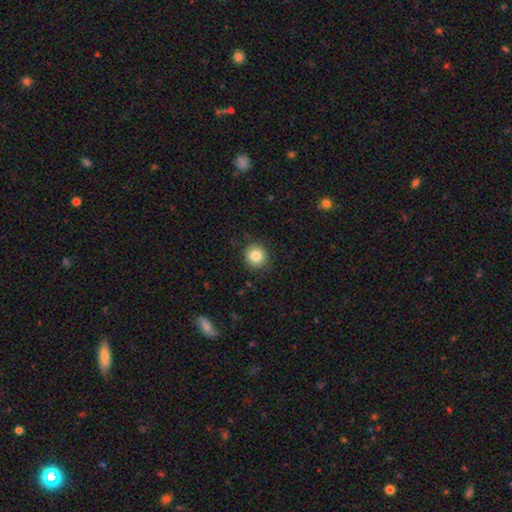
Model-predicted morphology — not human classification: Q: Smooth or featured?
A: smooth (83%); runner-up: star or artifact (10%)
Q: How rounded?
A: round (91%); runner-up: in between (8%)
Q: Merging?
A: none (87%); runner-up: minor disturbance (10%)